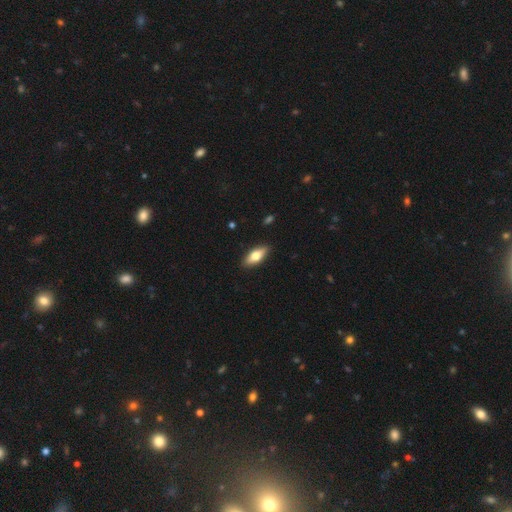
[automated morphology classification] smooth-or-featured: smooth: 68% | featured or disk: 26% | star or artifact: 6%
  how-rounded: in between: 76% | cigar-shaped: 21% | round: 3%
  merging: none: 89% | minor disturbance: 9% | major disturbance: 2% | merger: 1%